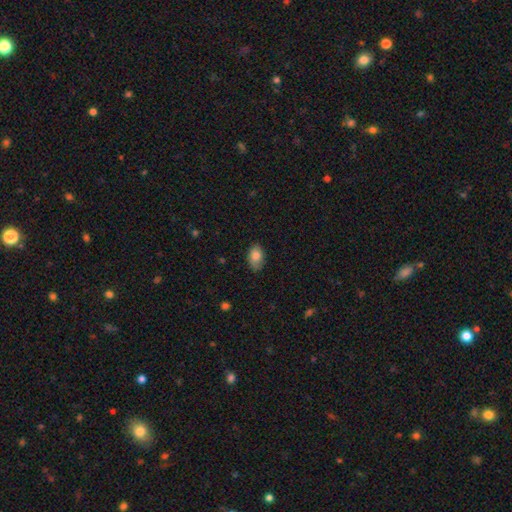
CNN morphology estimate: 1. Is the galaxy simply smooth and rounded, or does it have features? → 83% smooth, 9% featured or disk, 8% star or artifact.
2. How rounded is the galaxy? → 88% in between, 11% round, 1% cigar-shaped.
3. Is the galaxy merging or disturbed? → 77% none, 18% minor disturbance, 3% major disturbance, 1% merger.